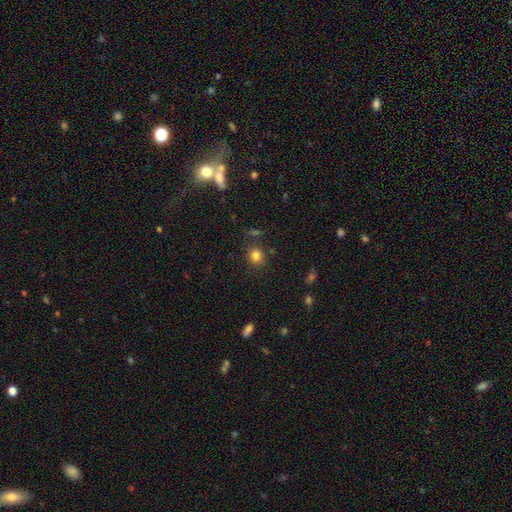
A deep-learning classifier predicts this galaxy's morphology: smooth-or-featured: smooth: 81% | star or artifact: 13% | featured or disk: 6%
  how-rounded: round: 72% | in between: 27% | cigar-shaped: 1%
  merging: none: 83% | minor disturbance: 10% | merger: 4% | major disturbance: 3%